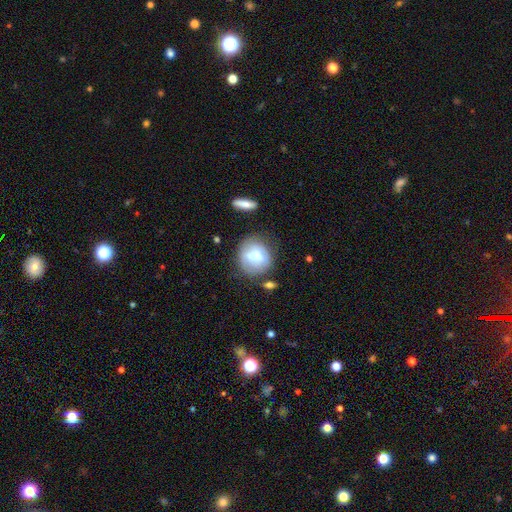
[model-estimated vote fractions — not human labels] The model was most divided on "smooth or featured": smooth: 55%, featured or disk: 37%, star or artifact: 8%. More confident: how rounded — round (82%); merging — none (61%).